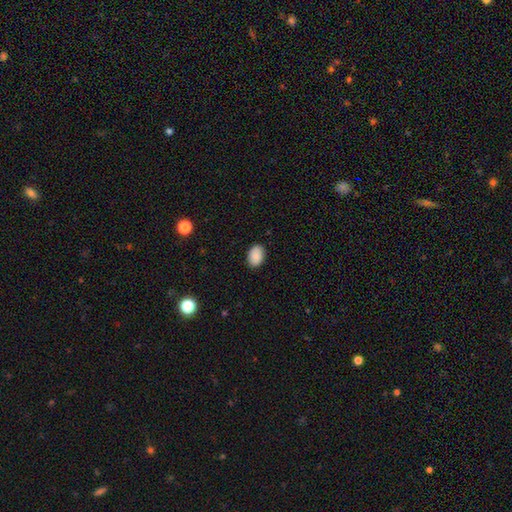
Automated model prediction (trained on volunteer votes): smooth_or_featured: smooth (p=0.89) [alt: star or artifact p=0.07]
how_rounded: in between (p=0.86) [alt: round p=0.13]
merging: none (p=0.88) [alt: minor disturbance p=0.09]